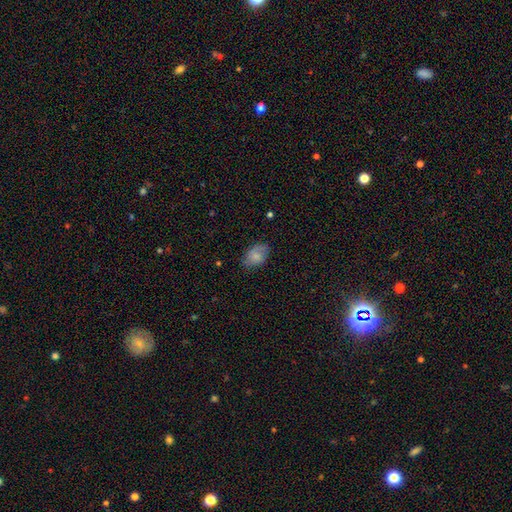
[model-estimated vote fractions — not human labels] This appears to be a smooth galaxy with no disk features (74%) that is in between round and cigar-shaped (85%). Merging: none (70%).